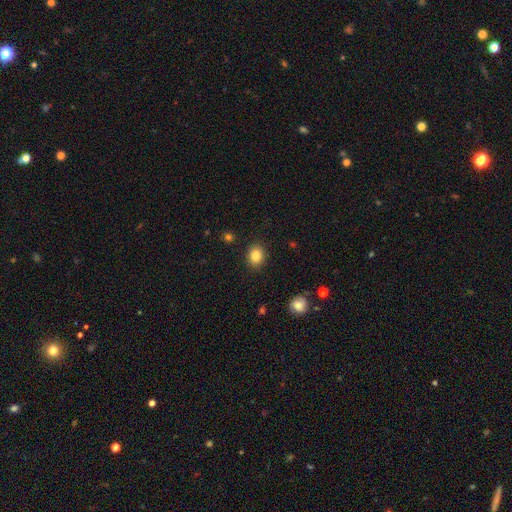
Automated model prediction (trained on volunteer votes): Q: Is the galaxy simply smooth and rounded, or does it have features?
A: smooth — 84%.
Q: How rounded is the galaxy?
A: round — 54%.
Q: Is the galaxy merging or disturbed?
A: none — 90%.